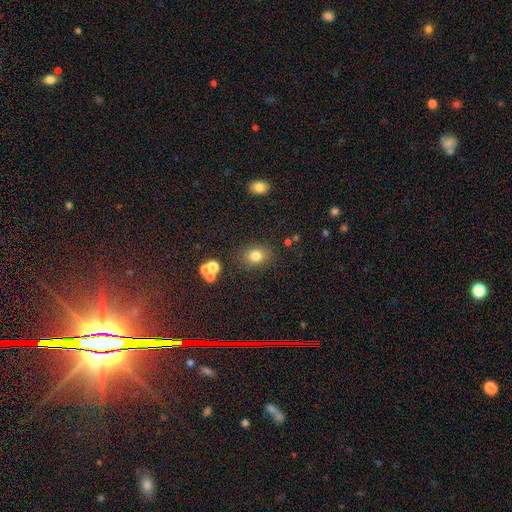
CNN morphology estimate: smooth 78%, star or artifact 14%, featured or disk 8%. Down the decision tree: how rounded — round (52%); merging — none (81%).